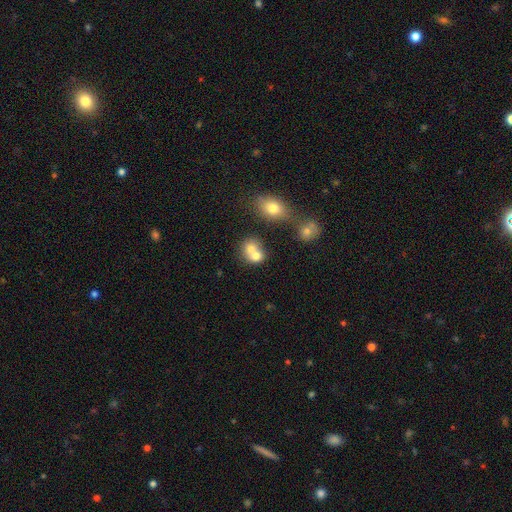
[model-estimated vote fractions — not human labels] Morphology: type=smooth (70%); roundness=round (68%); merging=merger (60%).